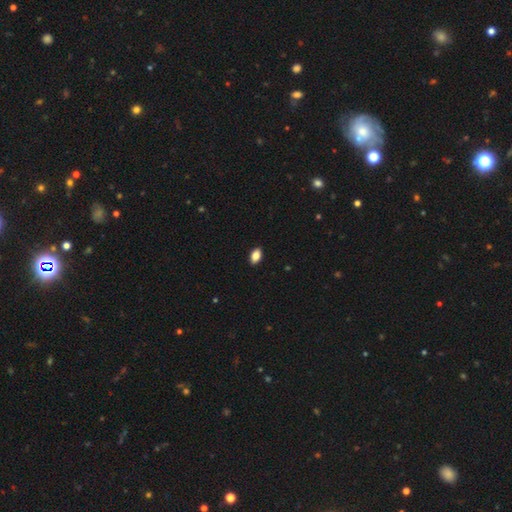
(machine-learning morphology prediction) Smooth or featured? Predicted: smooth (p=0.87). How rounded? Predicted: in between (p=0.91). Merging? Predicted: none (p=0.91).